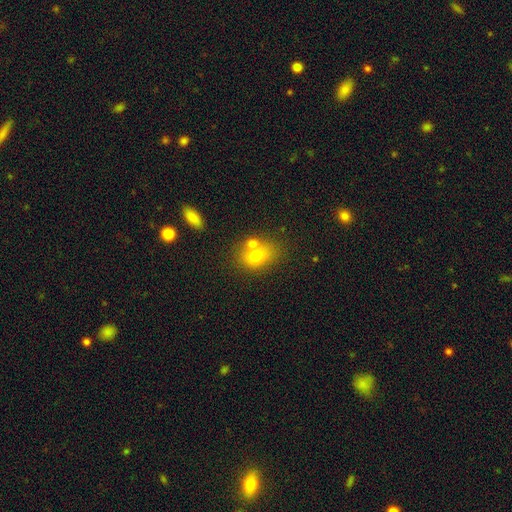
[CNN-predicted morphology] Overall: smooth (73%). How rounded: in between (58%; round 41%). Merging: none (48%; merger 34%).